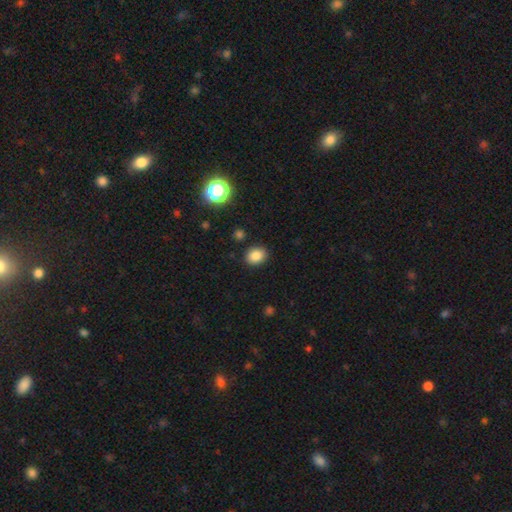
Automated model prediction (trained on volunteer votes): This is clearly a smooth galaxy (84%). How rounded: possibly in between (55%). Merging: clearly none (88%).